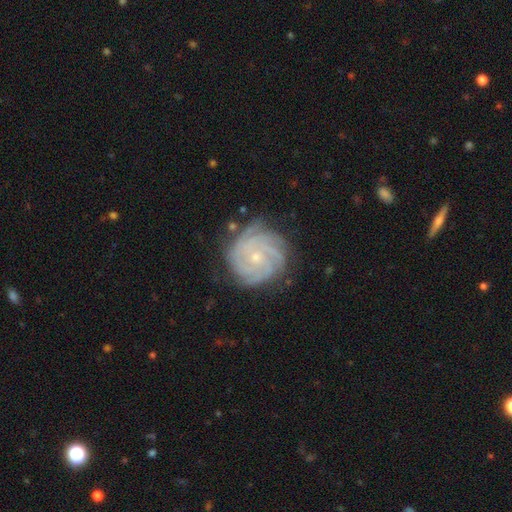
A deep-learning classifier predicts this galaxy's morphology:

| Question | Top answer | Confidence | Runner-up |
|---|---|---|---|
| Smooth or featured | featured or disk | 84% | smooth (9%) |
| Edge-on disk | no | 98% | yes (2%) |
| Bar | no | 76% | weak (19%) |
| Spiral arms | yes | 97% | no (3%) |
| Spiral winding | tight | 78% | medium (19%) |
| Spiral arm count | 4 | 34% | can't tell (20%) |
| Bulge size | small | 74% | moderate (23%) |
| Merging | none | 78% | minor disturbance (16%) |